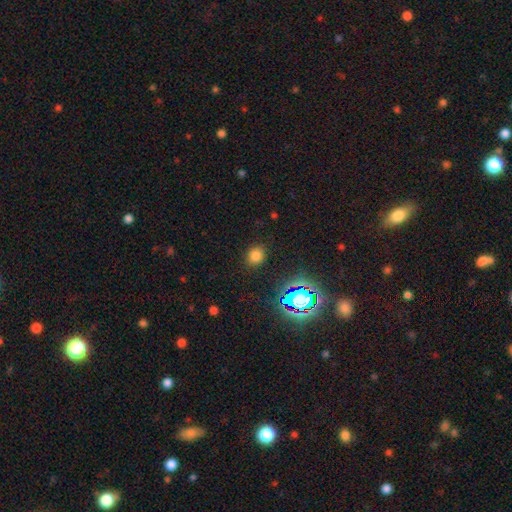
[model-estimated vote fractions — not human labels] Q: Smooth or featured?
A: smooth (74%); runner-up: star or artifact (21%)
Q: How rounded?
A: round (64%); runner-up: in between (35%)
Q: Merging?
A: none (87%); runner-up: minor disturbance (9%)